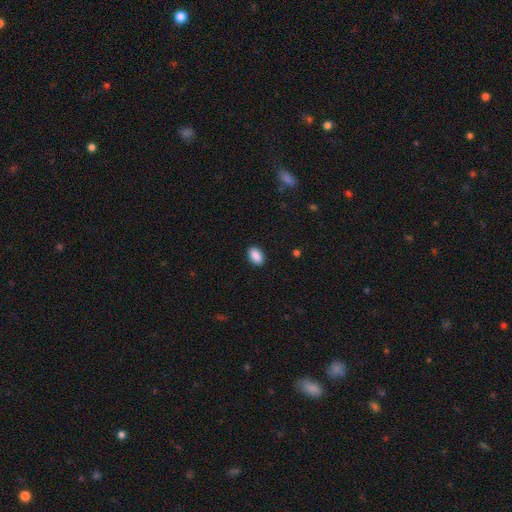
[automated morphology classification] Smooth or featured? Predicted: smooth (p=0.89). How rounded? Predicted: in between (p=0.92). Merging? Predicted: none (p=0.90).